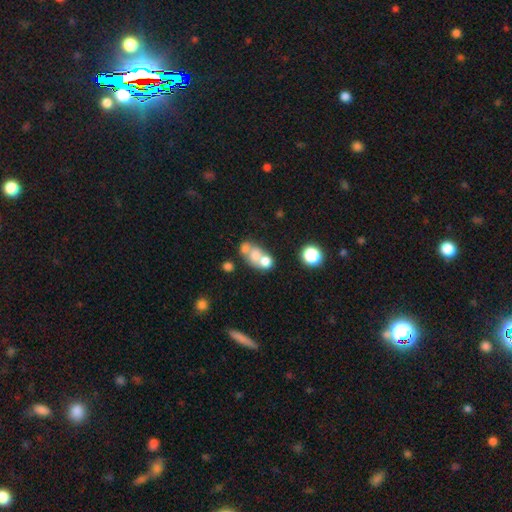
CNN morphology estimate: Smooth or featured? smooth (58%)
How rounded? in between (49%, tied with round)
Merging? merger (56%)